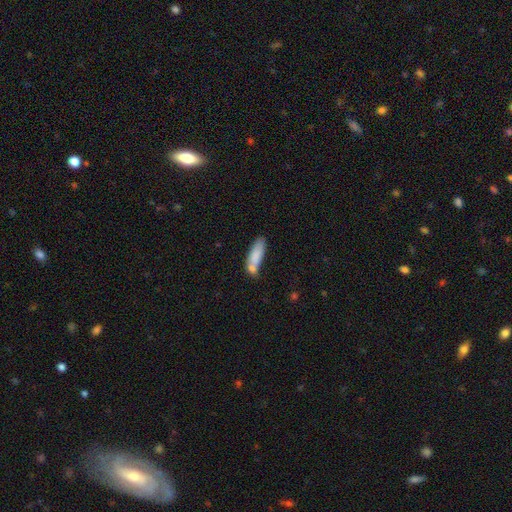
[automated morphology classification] Smooth or featured?
  - smooth: 80% *
  - featured or disk: 13%
  - star or artifact: 6%
How rounded?
  - cigar-shaped: 52% *
  - in between: 46%
  - round: 2%
Merging?
  - none: 48% *
  - merger: 27%
  - minor disturbance: 20%
  - major disturbance: 6%